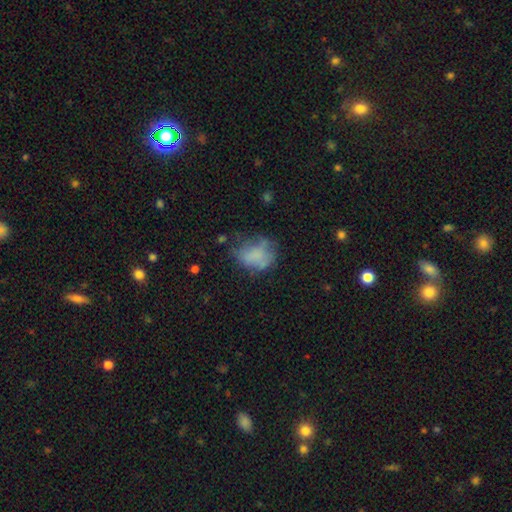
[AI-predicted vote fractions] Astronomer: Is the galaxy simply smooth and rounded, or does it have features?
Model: smooth — 61%.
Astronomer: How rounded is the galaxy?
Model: in between — 63%.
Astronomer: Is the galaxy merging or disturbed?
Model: none — 40% (runner-up: minor disturbance, 29%).